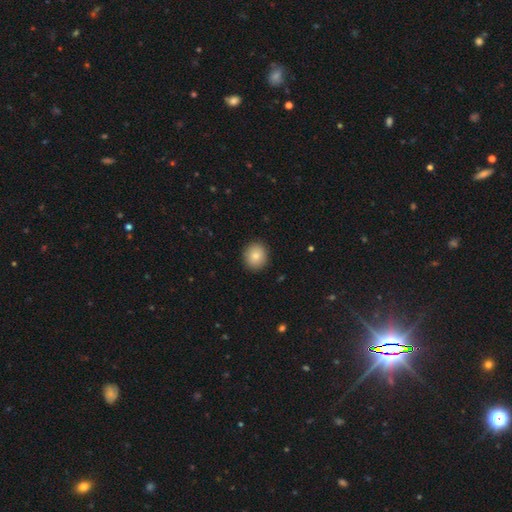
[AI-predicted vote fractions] Q: Smooth or featured?
A: smooth (84%); runner-up: star or artifact (9%)
Q: How rounded?
A: round (80%); runner-up: in between (19%)
Q: Merging?
A: none (91%); runner-up: minor disturbance (6%)